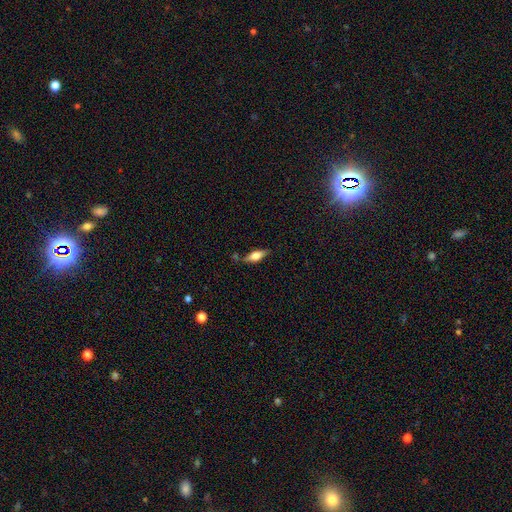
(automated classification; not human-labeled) A smooth galaxy with no disk features (59%) that is in between round and cigar-shaped (66%).

Vote fractions:
- Smooth or featured? smooth: 59% / featured or disk: 34% / star or artifact: 7%
- How rounded? in between: 66% / cigar-shaped: 31% / round: 3%
- Merging? none: 73% / minor disturbance: 18% / merger: 6% / major disturbance: 4%